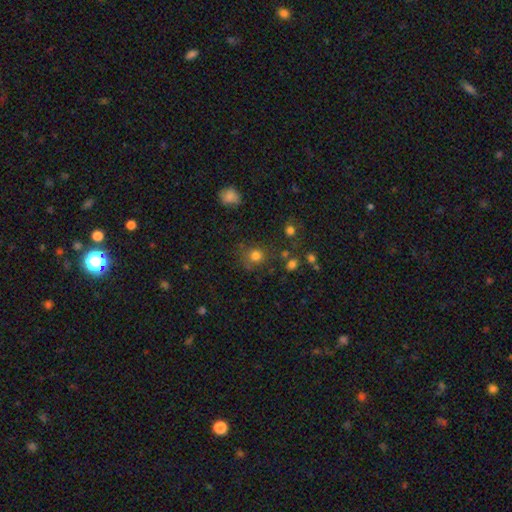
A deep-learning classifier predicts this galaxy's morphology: Smooth or featured? Predicted: smooth (p=0.76). How rounded? Predicted: round (p=0.86). Merging? Predicted: none (p=0.72).